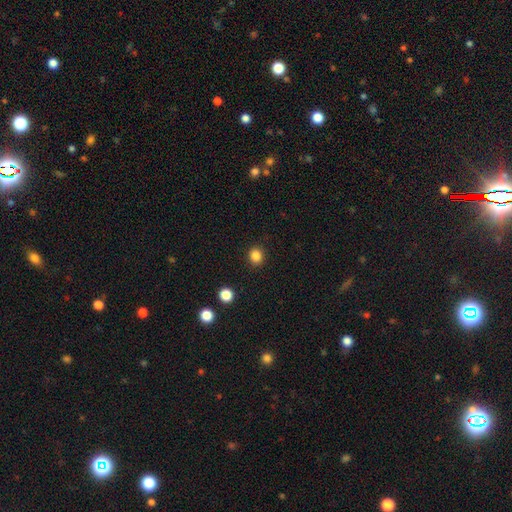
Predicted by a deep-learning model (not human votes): Q: Smooth or featured?
A: smooth (85%); runner-up: star or artifact (12%)
Q: How rounded?
A: round (73%); runner-up: in between (26%)
Q: Merging?
A: none (90%); runner-up: minor disturbance (7%)